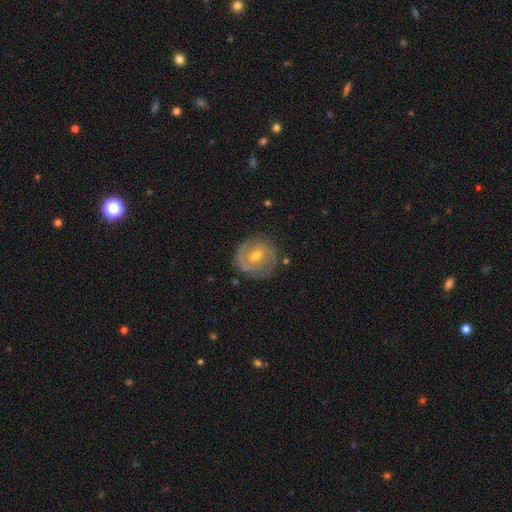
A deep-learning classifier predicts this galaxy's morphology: Smooth or featured: featured or disk — 78% (smooth — 16%)
Edge-on disk: no — 97% (yes — 3%)
Bar: weak — 49% (no — 38%)
Spiral arms: yes — 89% (no — 11%)
Spiral winding: tight — 60% (medium — 32%)
Spiral arm count: 2 — 71% (can't tell — 14%)
Bulge size: moderate — 68% (small — 27%)
Merging: none — 81% (minor disturbance — 14%)